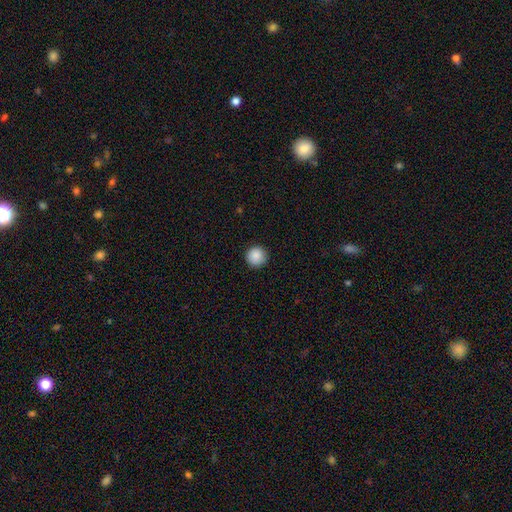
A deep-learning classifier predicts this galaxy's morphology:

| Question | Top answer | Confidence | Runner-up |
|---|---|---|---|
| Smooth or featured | smooth | 88% | star or artifact (8%) |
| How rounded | round | 96% | in between (3%) |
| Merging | none | 92% | minor disturbance (5%) |